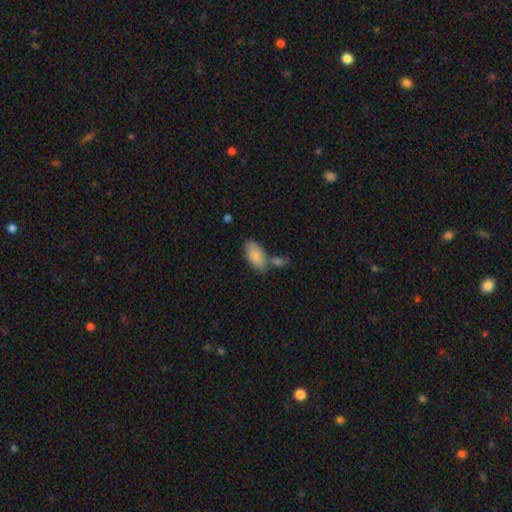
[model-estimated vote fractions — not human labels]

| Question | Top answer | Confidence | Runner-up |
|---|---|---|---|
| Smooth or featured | smooth | 84% | featured or disk (10%) |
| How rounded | in between | 91% | cigar-shaped (7%) |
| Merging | none | 57% | merger (24%) |